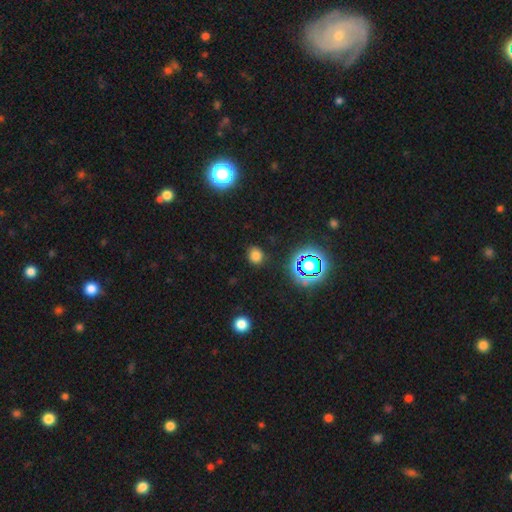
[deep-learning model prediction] smooth-or-featured: smooth: 72% | star or artifact: 23% | featured or disk: 6%
  how-rounded: round: 76% | in between: 23% | cigar-shaped: 1%
  merging: none: 83% | minor disturbance: 11% | major disturbance: 4% | merger: 2%